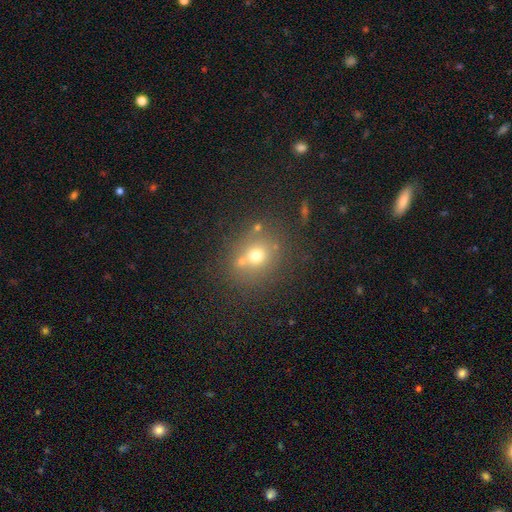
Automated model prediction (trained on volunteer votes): smooth-or-featured: smooth: 64% | star or artifact: 18% | featured or disk: 18%
  how-rounded: round: 75% | in between: 24% | cigar-shaped: 1%
  merging: none: 60% | merger: 24% | minor disturbance: 11% | major disturbance: 5%